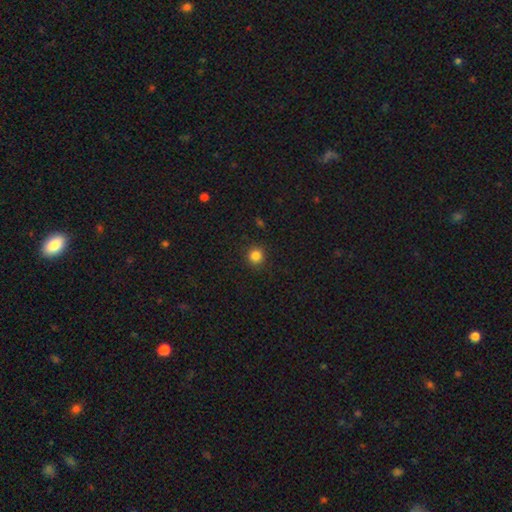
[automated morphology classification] A smooth galaxy with no disk features (84%) that is round (93%).

Vote fractions:
- Smooth or featured? smooth: 84% / star or artifact: 12% / featured or disk: 4%
- How rounded? round: 93% / in between: 6% / cigar-shaped: 1%
- Merging? none: 90% / minor disturbance: 6% / major disturbance: 2% / merger: 1%